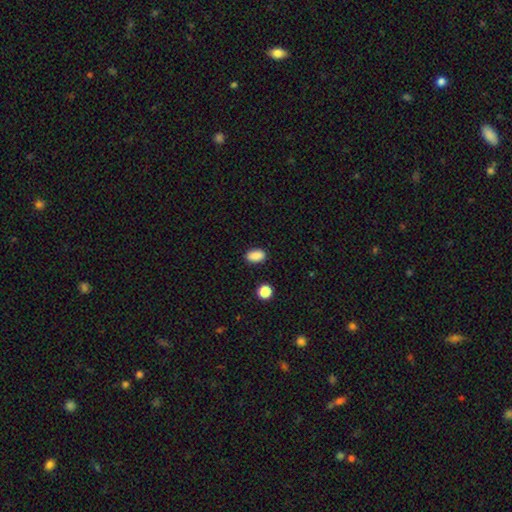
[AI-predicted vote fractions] A smooth galaxy with no disk features (88%) that is in between round and cigar-shaped (88%). Merging: none (87%).